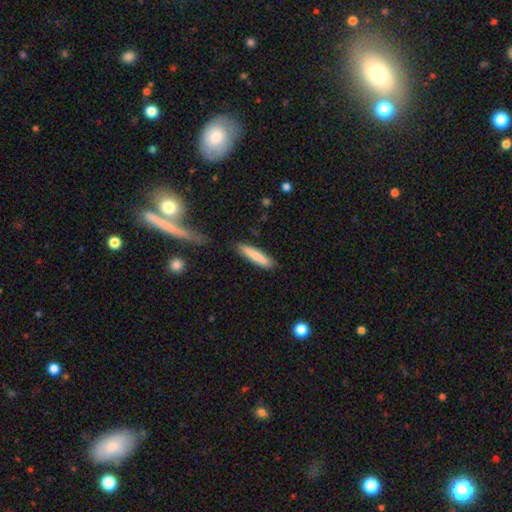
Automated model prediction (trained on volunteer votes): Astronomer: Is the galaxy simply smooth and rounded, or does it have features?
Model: smooth — 81%.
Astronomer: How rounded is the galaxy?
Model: cigar-shaped — 87%.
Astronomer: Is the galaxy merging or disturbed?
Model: none — 85%.